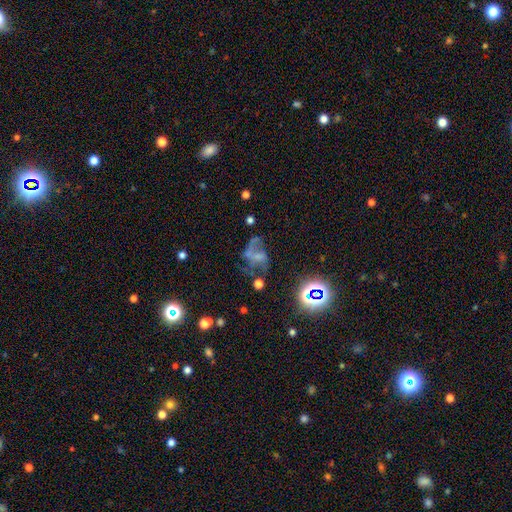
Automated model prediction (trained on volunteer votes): Overall: featured or disk (54%; star or artifact 24%). Edge-on disk: no (97%). Bar: no (65%). Spiral arms: yes (55%; no 45%). Bulge size: none (50%; small 25%). Merging: major disturbance (36%; none 34%).